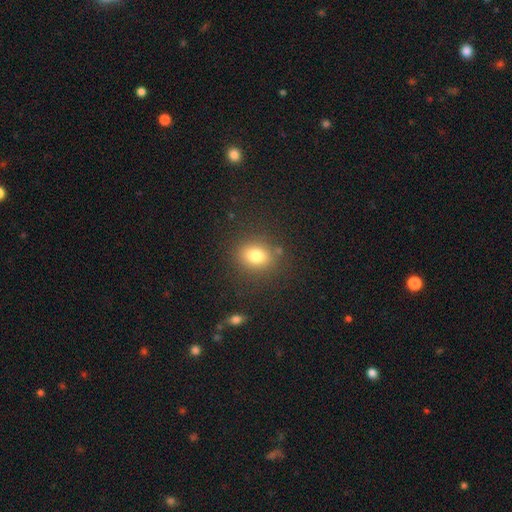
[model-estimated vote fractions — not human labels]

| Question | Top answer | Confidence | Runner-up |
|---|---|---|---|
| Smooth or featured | smooth | 78% | star or artifact (13%) |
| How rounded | round | 52% | in between (46%) |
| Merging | none | 83% | minor disturbance (10%) |